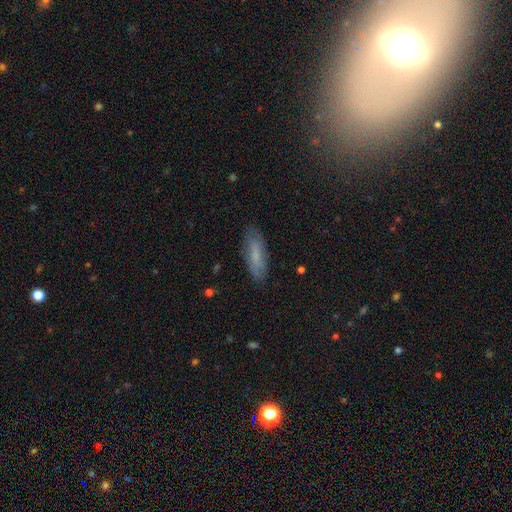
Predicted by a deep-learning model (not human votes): smooth_or_featured: smooth (p=0.68) [alt: featured or disk p=0.24]
how_rounded: cigar-shaped (p=0.51) [alt: in between p=0.47]
merging: none (p=0.82) [alt: minor disturbance p=0.14]